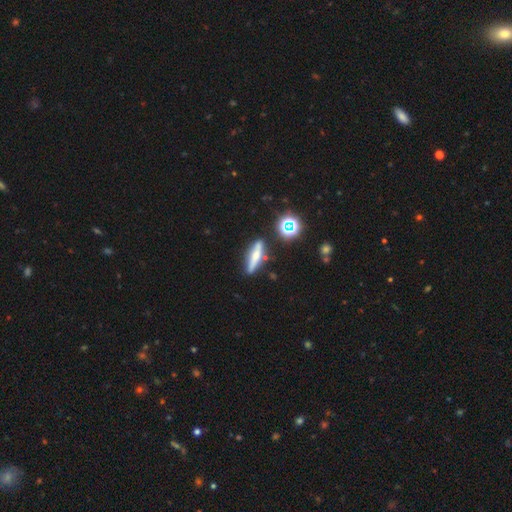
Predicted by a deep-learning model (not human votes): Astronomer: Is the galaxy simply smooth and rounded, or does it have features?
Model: featured or disk — 45% (runner-up: smooth, 43%).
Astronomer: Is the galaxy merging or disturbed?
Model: none — 81%.